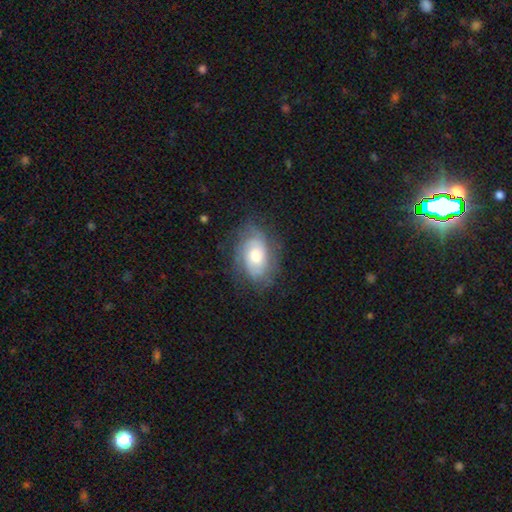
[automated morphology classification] A featured or disk galaxy (62%) with no bar (77%), spiral arms (83%) and a moderate central bulge (64%).

Vote fractions:
- Smooth or featured? featured or disk: 62% / smooth: 31% / star or artifact: 7%
- Edge-on disk? no: 95% / yes: 5%
- Bar? no: 77% / weak: 20% / strong: 4%
- Spiral arms? yes: 83% / no: 17%
- Bulge size? moderate: 64% / large: 20% / small: 12% / dominant: 2% / none: 1%
- Merging? none: 69% / minor disturbance: 21% / major disturbance: 9% / merger: 1%